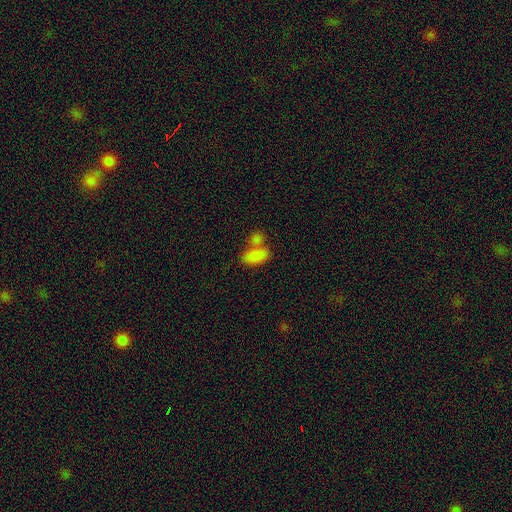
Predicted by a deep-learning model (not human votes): This appears to be a smooth galaxy with no disk features (83%) that is in between round and cigar-shaped (91%). Merging: merger (47%).